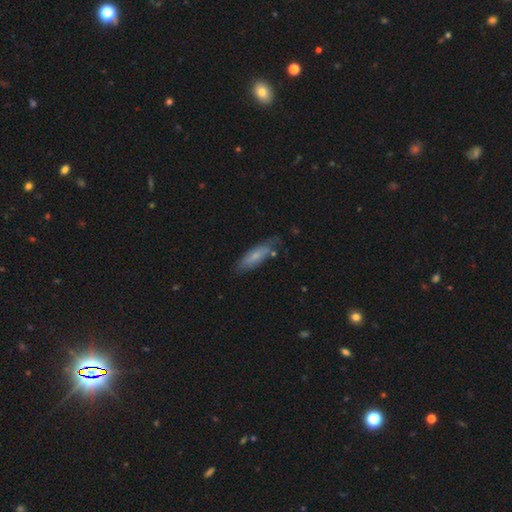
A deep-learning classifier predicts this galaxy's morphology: This is likely a smooth galaxy (69%). How rounded: possibly cigar-shaped (51%). Merging: likely none (67%).